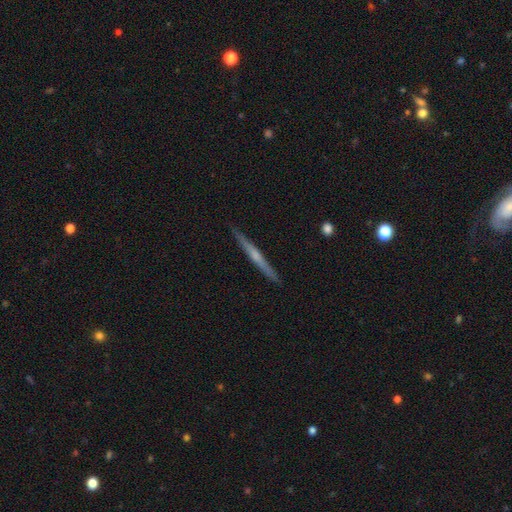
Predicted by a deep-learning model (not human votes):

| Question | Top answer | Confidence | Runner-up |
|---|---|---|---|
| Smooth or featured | featured or disk | 65% | smooth (29%) |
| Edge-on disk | yes | 98% | no (2%) |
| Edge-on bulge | rounded | 50% | none (43%) |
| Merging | none | 91% | minor disturbance (7%) |